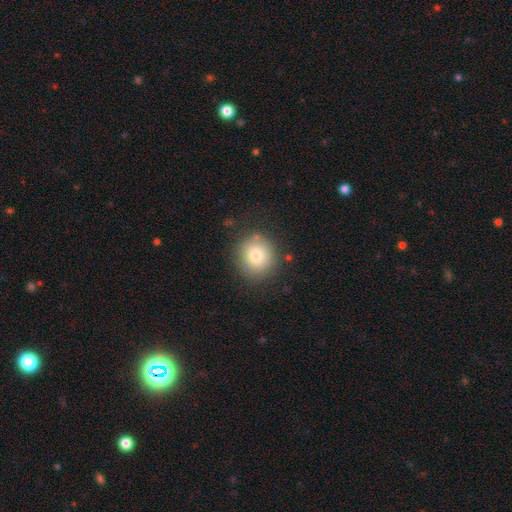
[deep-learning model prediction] Overall: smooth (78%). How rounded: round (87%). Merging: none (84%).